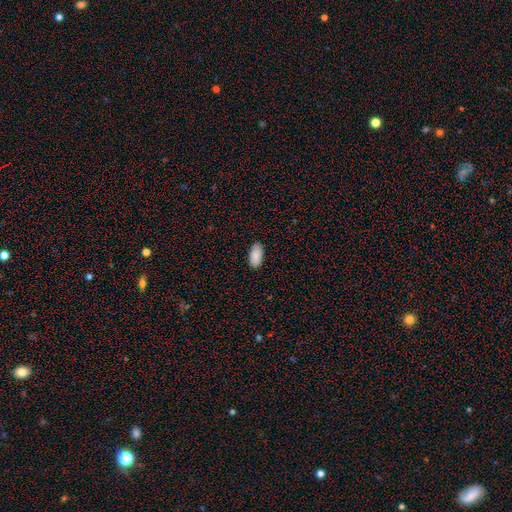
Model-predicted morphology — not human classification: A smooth galaxy with no disk features (90%) that is in between round and cigar-shaped (94%).

Vote fractions:
- Smooth or featured? smooth: 90% / star or artifact: 6% / featured or disk: 4%
- How rounded? in between: 94% / cigar-shaped: 4% / round: 2%
- Merging? none: 89% / minor disturbance: 8% / major disturbance: 2% / merger: 1%